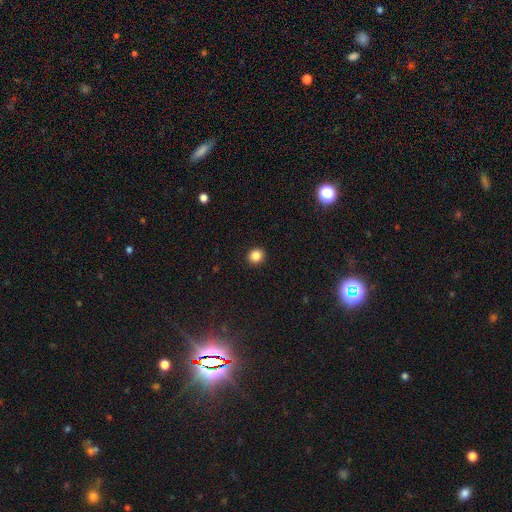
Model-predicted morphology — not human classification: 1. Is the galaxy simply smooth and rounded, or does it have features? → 86% smooth, 11% star or artifact, 3% featured or disk.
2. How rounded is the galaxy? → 85% round, 14% in between, 1% cigar-shaped.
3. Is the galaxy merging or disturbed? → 92% none, 5% minor disturbance, 2% major disturbance, 1% merger.